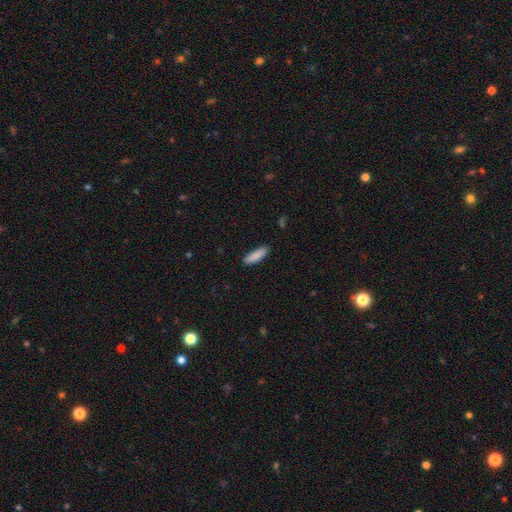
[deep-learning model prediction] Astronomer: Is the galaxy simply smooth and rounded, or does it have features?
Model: smooth — 89%.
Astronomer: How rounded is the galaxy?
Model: cigar-shaped — 58% (runner-up: in between, 41%).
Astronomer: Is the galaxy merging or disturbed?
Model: none — 87%.